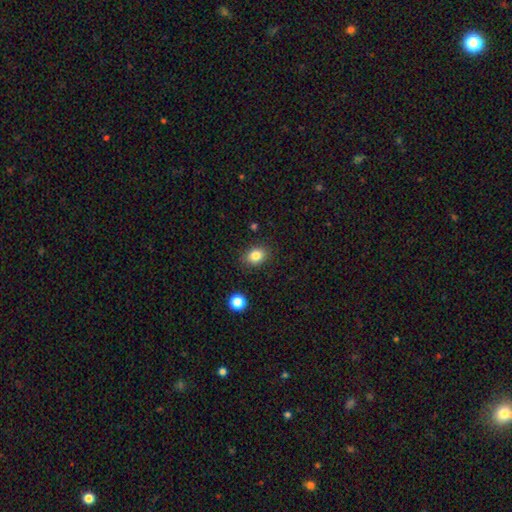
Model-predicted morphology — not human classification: Smooth or featured? smooth (83%)
How rounded? in between (60%)
Merging? none (85%)